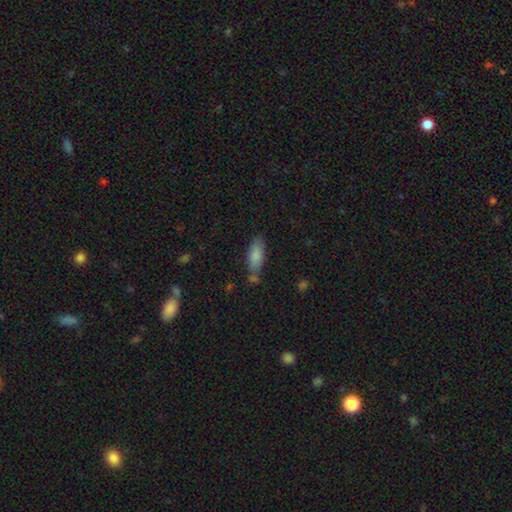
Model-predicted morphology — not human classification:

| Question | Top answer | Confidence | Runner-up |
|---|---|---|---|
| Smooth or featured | smooth | 83% | featured or disk (10%) |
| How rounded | in between | 75% | cigar-shaped (23%) |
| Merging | none | 62% | minor disturbance (21%) |